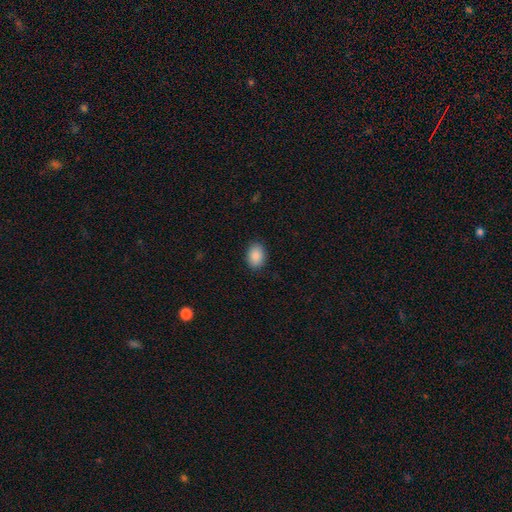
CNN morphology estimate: smooth 89%, star or artifact 8%, featured or disk 4%. Down the decision tree: how rounded — in between (73%); merging — none (88%).